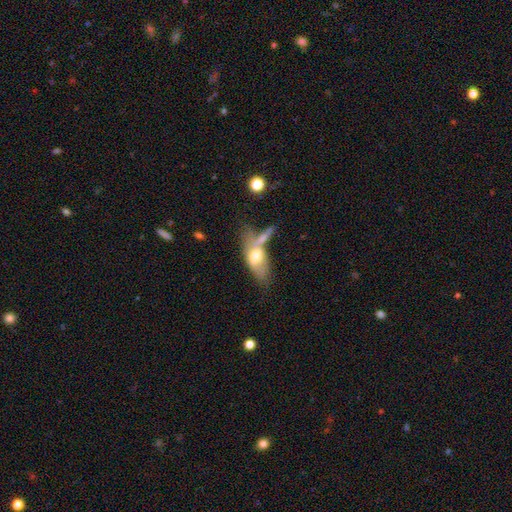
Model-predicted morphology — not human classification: Overall: smooth (58%; featured or disk 35%). How rounded: in between (80%). Merging: merger (39%; none 30%).